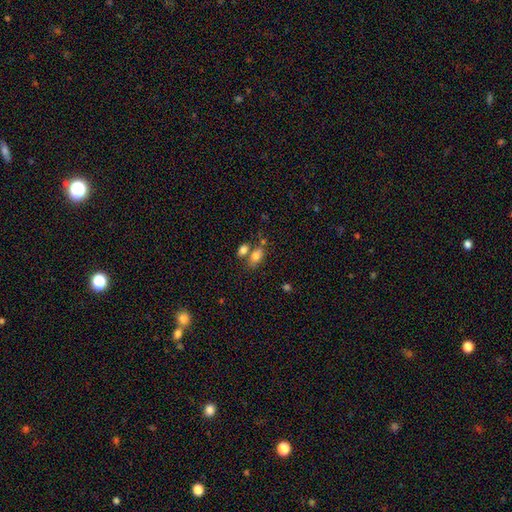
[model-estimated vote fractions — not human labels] Smooth or featured? Predicted: smooth (p=0.80). How rounded? Predicted: in between (p=0.88). Merging? Predicted: none (p=0.50).